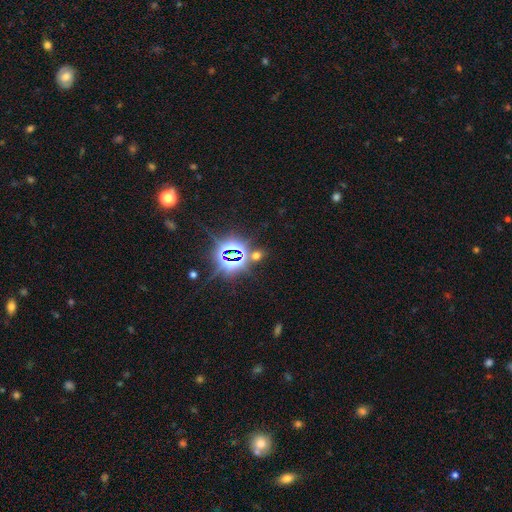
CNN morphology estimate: Q: Smooth or featured?
A: star or artifact (63%); runner-up: smooth (30%)